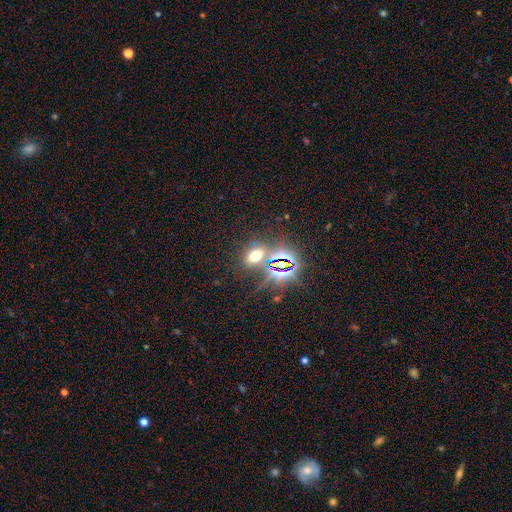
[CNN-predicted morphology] The model was most divided on "smooth or featured": star or artifact: 46%, smooth: 43%, featured or disk: 10%.